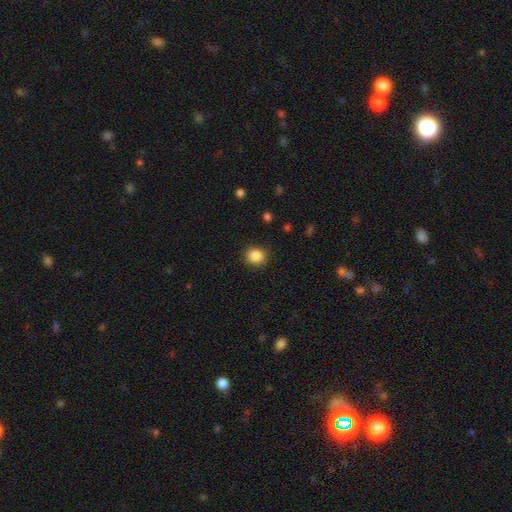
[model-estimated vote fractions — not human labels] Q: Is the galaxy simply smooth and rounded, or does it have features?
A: smooth — 87%.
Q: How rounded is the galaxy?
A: round — 80%.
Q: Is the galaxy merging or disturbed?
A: none — 90%.